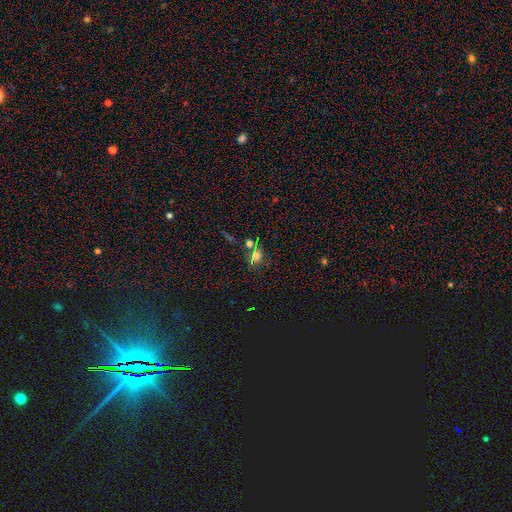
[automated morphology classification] This appears to be a smooth galaxy with no disk features (59%) that is round (55%). Merging: none (49%).